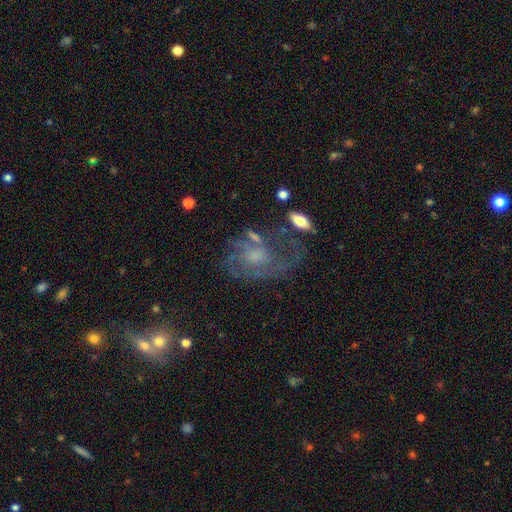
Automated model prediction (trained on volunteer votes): Q: Smooth or featured?
A: featured or disk (72%); runner-up: smooth (18%)
Q: Edge-on disk?
A: no (96%); runner-up: yes (4%)
Q: Bar?
A: no (73%); runner-up: weak (24%)
Q: Spiral arms?
A: yes (80%); runner-up: no (20%)
Q: Spiral winding?
A: medium (41%); runner-up: tight (34%)
Q: Spiral arm count?
A: can't tell (40%); runner-up: 2 (21%)
Q: Bulge size?
A: moderate (34%); runner-up: small (32%)
Q: Merging?
A: none (42%); runner-up: major disturbance (29%)